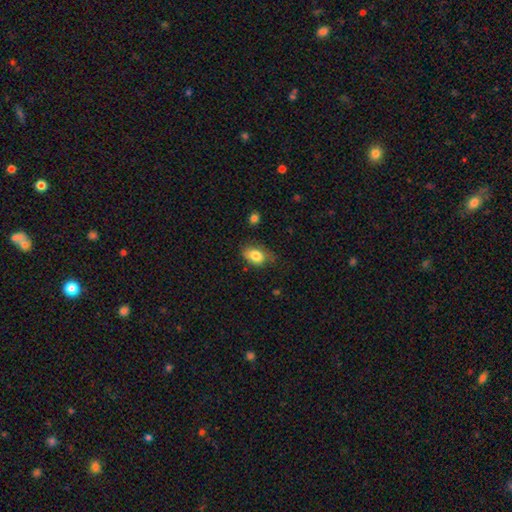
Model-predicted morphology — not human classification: Q: Smooth or featured?
A: smooth (81%); runner-up: featured or disk (11%)
Q: How rounded?
A: in between (82%); runner-up: round (16%)
Q: Merging?
A: none (63%); runner-up: minor disturbance (28%)